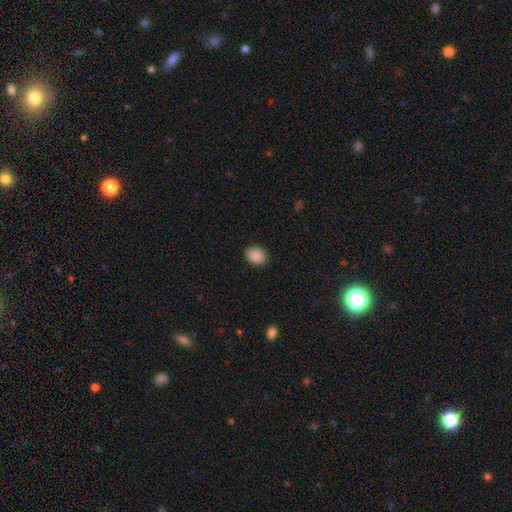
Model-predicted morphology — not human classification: type=smooth (89%); roundness=round (50%); merging=none (90%).